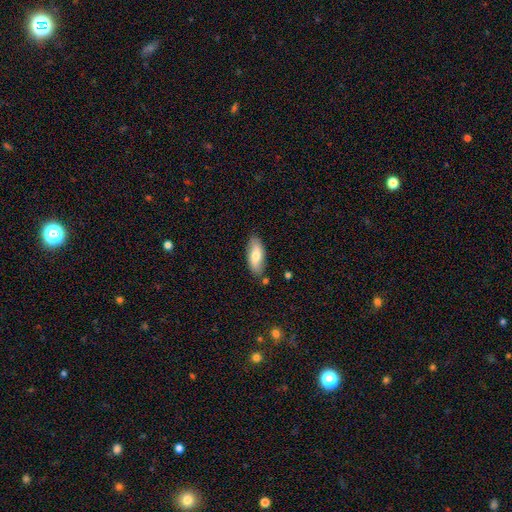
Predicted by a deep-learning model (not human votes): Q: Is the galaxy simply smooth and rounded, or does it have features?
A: smooth — 73%.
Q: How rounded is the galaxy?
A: in between — 79%.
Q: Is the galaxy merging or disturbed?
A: none — 82%.